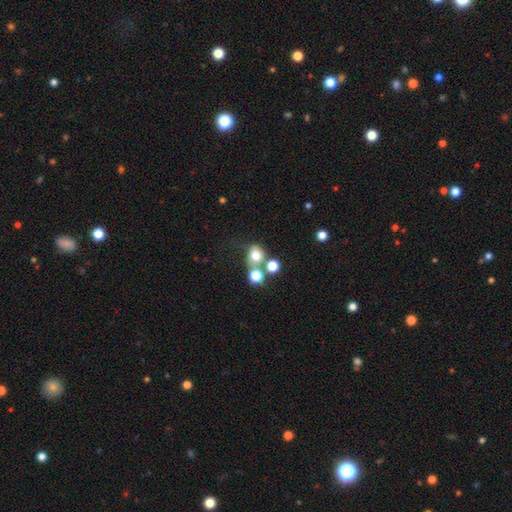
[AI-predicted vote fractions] Q: Smooth or featured?
A: smooth (71%); runner-up: star or artifact (15%)
Q: How rounded?
A: round (68%); runner-up: in between (31%)
Q: Merging?
A: none (43%); runner-up: merger (35%)